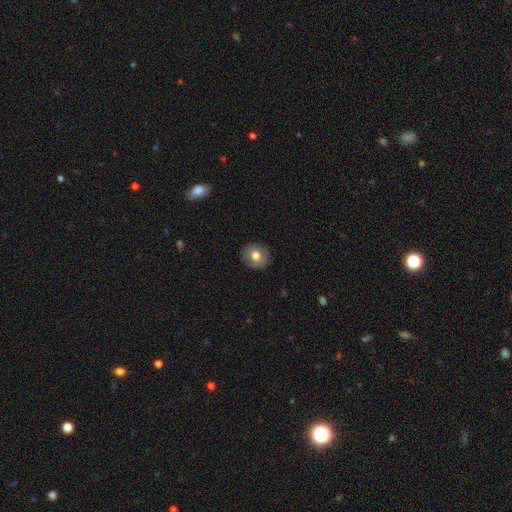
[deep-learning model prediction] Smooth or featured?
  - smooth: 75% *
  - featured or disk: 17%
  - star or artifact: 9%
How rounded?
  - round: 89% *
  - in between: 10%
  - cigar-shaped: 1%
Merging?
  - none: 91% *
  - minor disturbance: 6%
  - major disturbance: 2%
  - merger: 1%